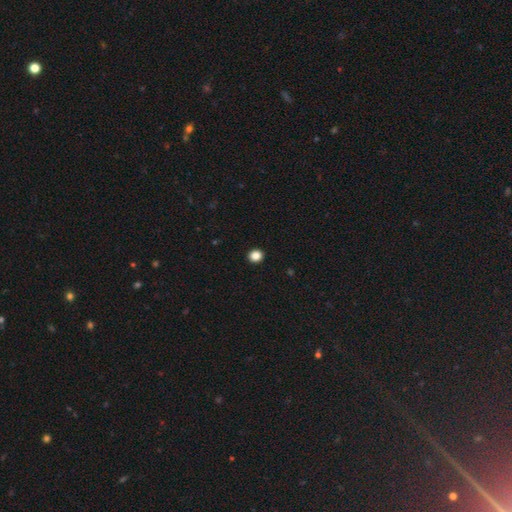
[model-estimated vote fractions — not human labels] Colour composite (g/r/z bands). It shows a smooth galaxy with no disk features (86%) that is round (82%). Merging: none (94%).